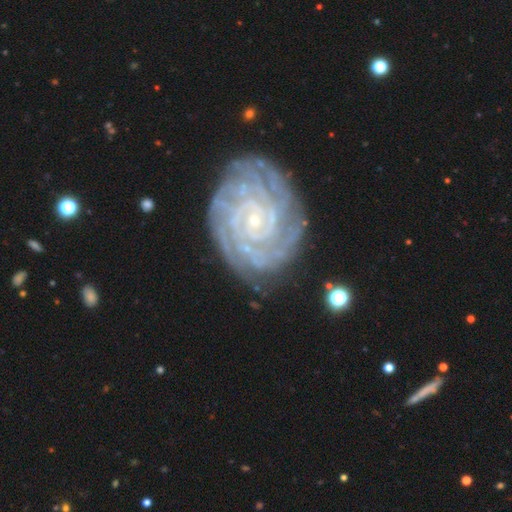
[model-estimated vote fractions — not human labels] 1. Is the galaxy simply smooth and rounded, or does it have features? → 90% featured or disk, 6% star or artifact, 5% smooth.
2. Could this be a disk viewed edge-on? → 97% no, 3% yes.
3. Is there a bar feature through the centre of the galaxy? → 69% no, 22% weak, 9% strong.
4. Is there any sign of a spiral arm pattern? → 98% yes, 2% no.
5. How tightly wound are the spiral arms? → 82% tight, 15% medium, 2% loose.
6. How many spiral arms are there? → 21% 4 (tied), 21% can't tell (tied), 20% 2, 19% 3, 12% more than 4, 7% 1.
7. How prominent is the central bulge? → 86% small, 10% moderate, 2% none, 1% large, 1% dominant.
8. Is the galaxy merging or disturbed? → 75% none, 17% minor disturbance, 6% major disturbance, 2% merger.